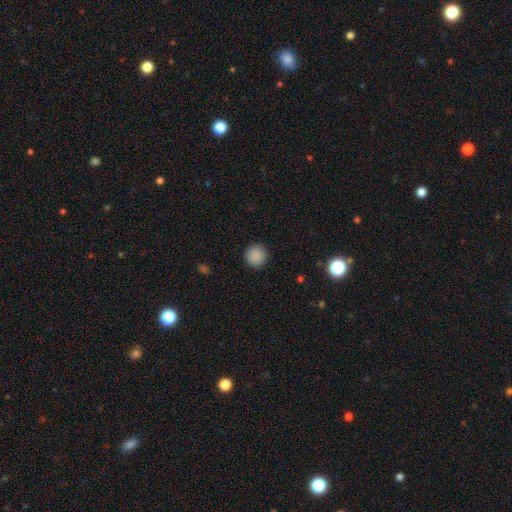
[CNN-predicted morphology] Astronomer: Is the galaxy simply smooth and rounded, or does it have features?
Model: smooth — 88%.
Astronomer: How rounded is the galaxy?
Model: round — 95%.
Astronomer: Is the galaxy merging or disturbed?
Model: none — 92%.